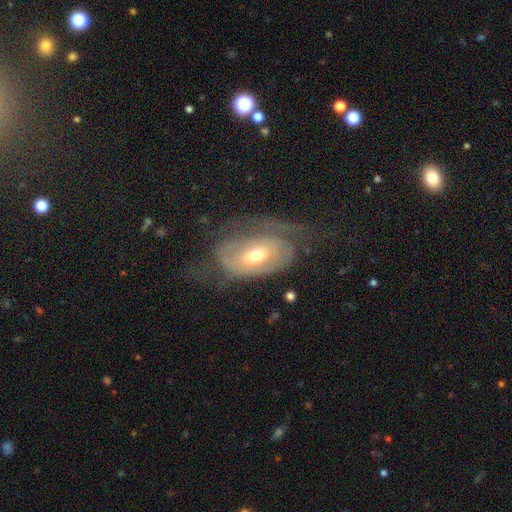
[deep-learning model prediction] A featured or disk galaxy (70%) with no bar (61%), spiral arms (69%) and a moderate central bulge (68%). Merging: none (41%).